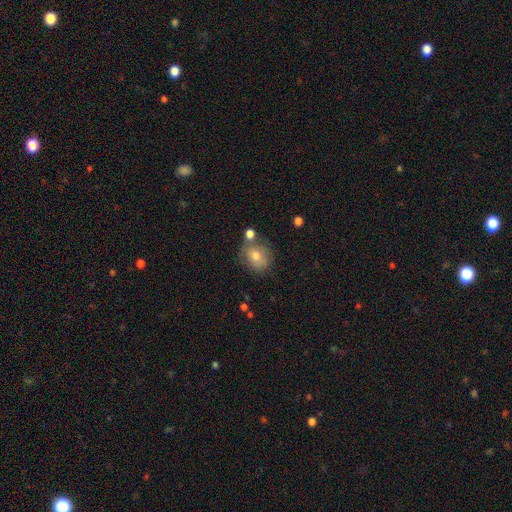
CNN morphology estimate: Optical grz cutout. It shows a smooth galaxy with no disk features (70%) that is round (65%). Merging: none (55%).